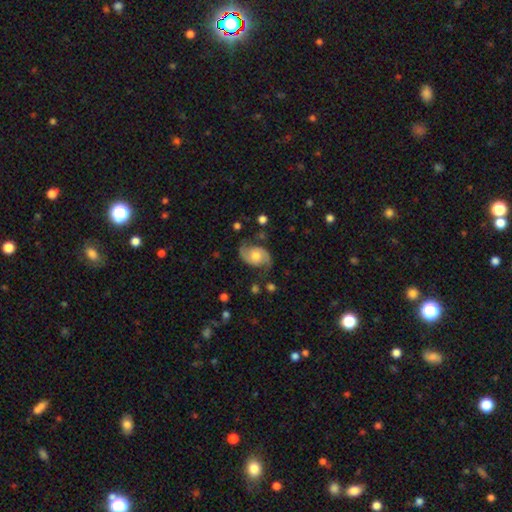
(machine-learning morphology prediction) A featured or disk galaxy (81%) with no bar (66%), 2 (92%) medium (49%) spiral arms (95%) and a moderate central bulge (63%).

Vote fractions:
- Smooth or featured? featured or disk: 81% / smooth: 13% / star or artifact: 6%
- Edge-on disk? no: 97% / yes: 3%
- Bar? no: 66% / weak: 29% / strong: 5%
- Spiral arms? yes: 95% / no: 5%
- Spiral winding? medium: 49% / loose: 32% / tight: 19%
- Spiral arm count? 2: 92% / can't tell: 4% / 1: 2% / 3: 1% / 4: 1% / more than 4: 1%
- Bulge size? moderate: 63% / small: 21% / large: 11% / none: 3% / dominant: 2%
- Merging? none: 73% / minor disturbance: 18% / major disturbance: 7% / merger: 2%